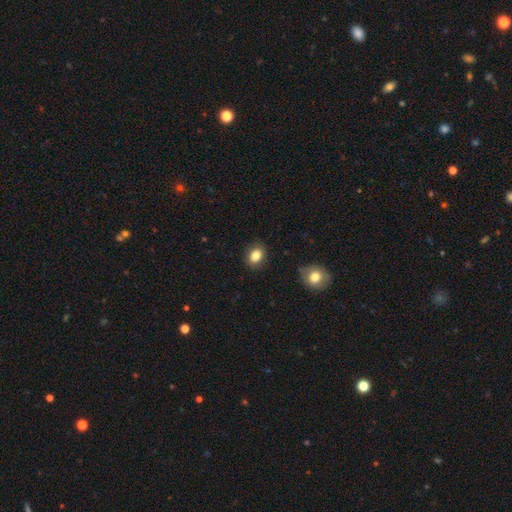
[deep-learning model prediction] The model was most divided on "how rounded": in between: 59%, round: 40%, cigar-shaped: 1%. More confident: merging — none (85%); smooth or featured — smooth (84%).